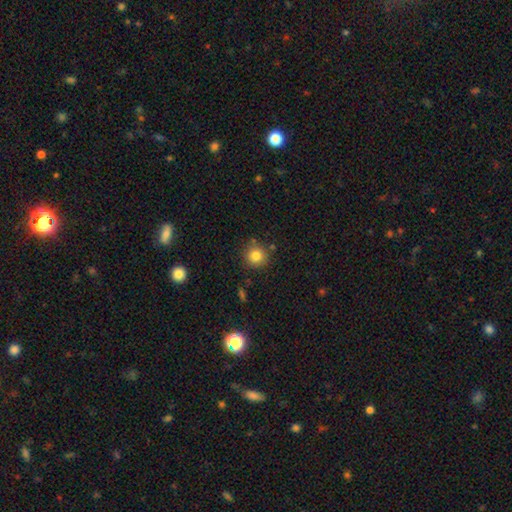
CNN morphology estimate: A smooth galaxy with no disk features (82%) that is round (93%).

Vote fractions:
- Smooth or featured? smooth: 82% / star or artifact: 11% / featured or disk: 7%
- How rounded? round: 93% / in between: 6% / cigar-shaped: 1%
- Merging? none: 83% / minor disturbance: 10% / merger: 4% / major disturbance: 3%